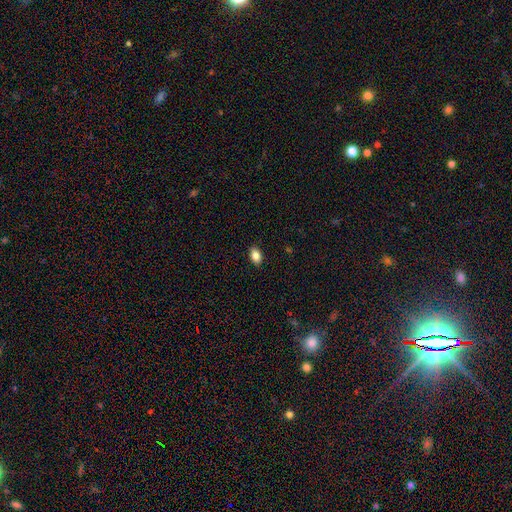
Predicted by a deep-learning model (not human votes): Smooth or featured?
  - smooth: 84% *
  - star or artifact: 9%
  - featured or disk: 7%
How rounded?
  - in between: 87% *
  - round: 11%
  - cigar-shaped: 2%
Merging?
  - none: 89% *
  - minor disturbance: 8%
  - major disturbance: 2%
  - merger: 1%